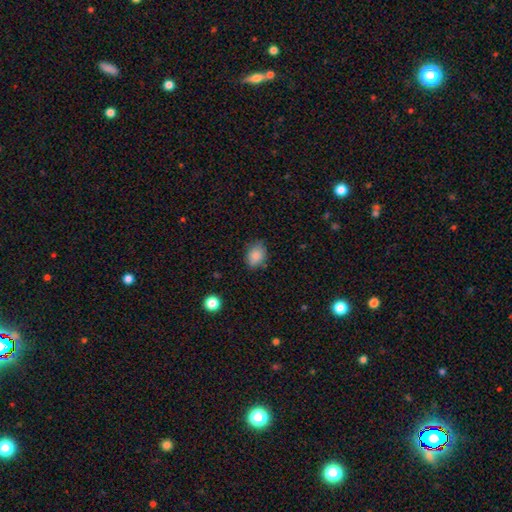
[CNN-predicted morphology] The model was most divided on "how rounded": in between: 73%, round: 26%, cigar-shaped: 1%. More confident: smooth or featured — smooth (86%); merging — none (76%).